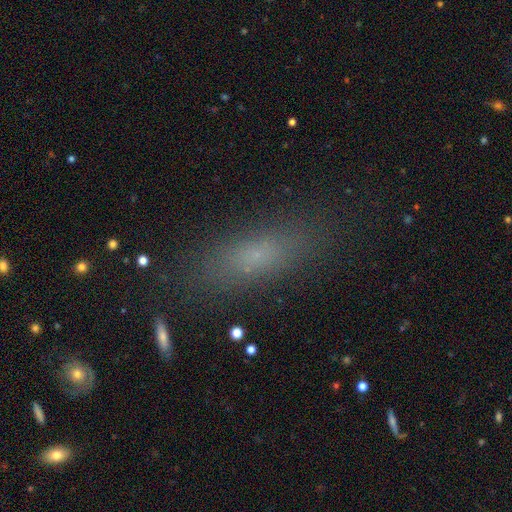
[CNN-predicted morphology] smooth_or_featured: smooth (p=0.66) [alt: featured or disk p=0.17]
how_rounded: cigar-shaped (p=0.49) [alt: in between p=0.47]
merging: none (p=0.82) [alt: minor disturbance p=0.11]